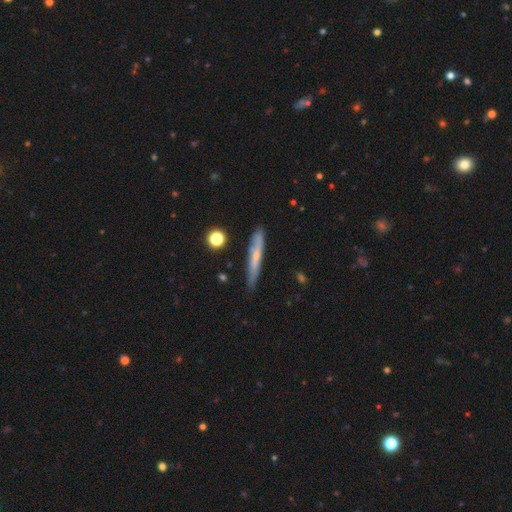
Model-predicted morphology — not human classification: smooth_or_featured: smooth (p=0.47) [alt: featured or disk p=0.46]
merging: none (p=0.82) [alt: minor disturbance p=0.14]